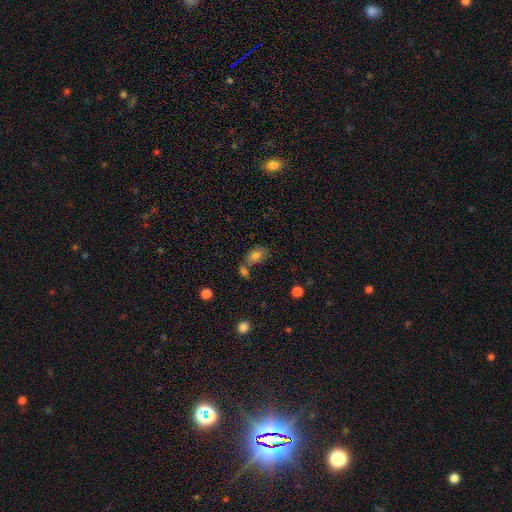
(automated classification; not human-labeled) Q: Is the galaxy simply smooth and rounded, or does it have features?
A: smooth — 78%.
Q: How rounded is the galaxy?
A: in between — 85%.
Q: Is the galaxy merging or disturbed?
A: none — 50%.